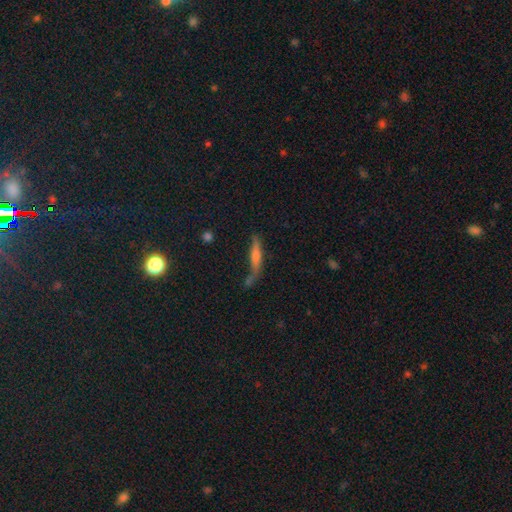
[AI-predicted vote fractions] Overall: smooth (51%; featured or disk 40%). How rounded: cigar-shaped (85%). Merging: none (53%; minor disturbance 23%).